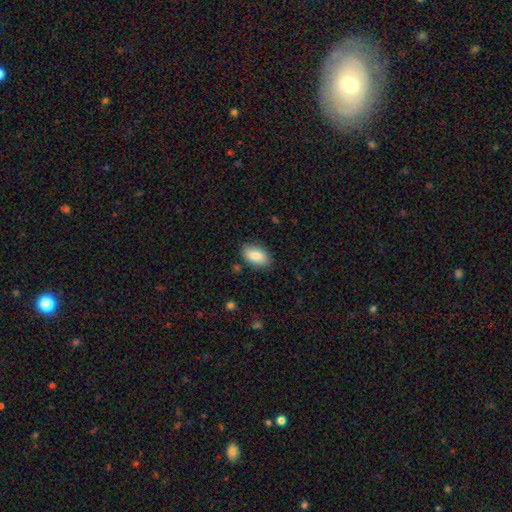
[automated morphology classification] This is clearly a smooth galaxy (85%). How rounded: clearly in between (93%). Merging: clearly none (84%).